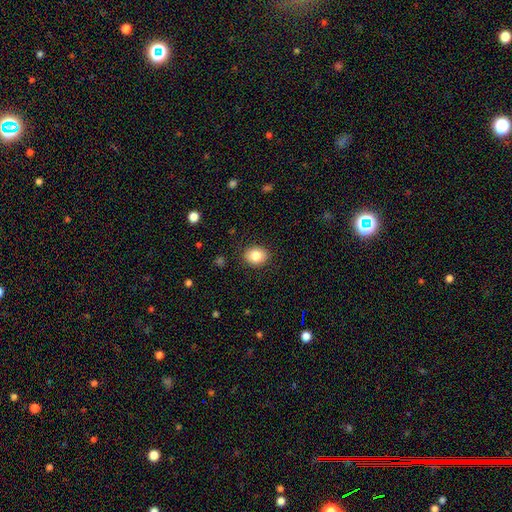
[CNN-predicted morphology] smooth-or-featured: smooth: 84% | star or artifact: 9% | featured or disk: 8%
  how-rounded: in between: 51% | round: 48% | cigar-shaped: 1%
  merging: none: 88% | minor disturbance: 9% | major disturbance: 2% | merger: 1%